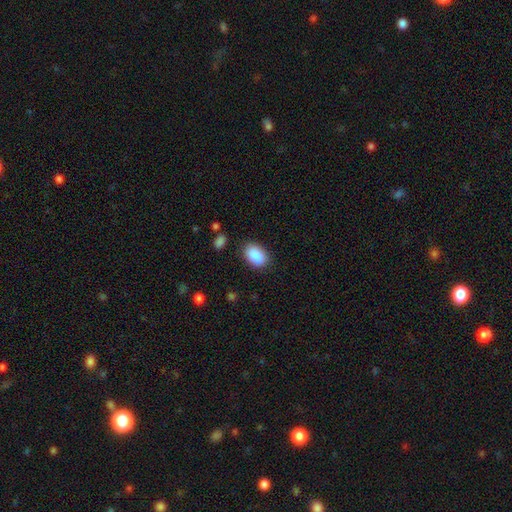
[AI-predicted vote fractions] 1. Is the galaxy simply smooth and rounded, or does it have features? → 89% smooth, 7% star or artifact, 4% featured or disk.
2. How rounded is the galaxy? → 90% in between, 8% round, 2% cigar-shaped.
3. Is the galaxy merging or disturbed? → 82% none, 13% minor disturbance, 3% major disturbance, 2% merger.